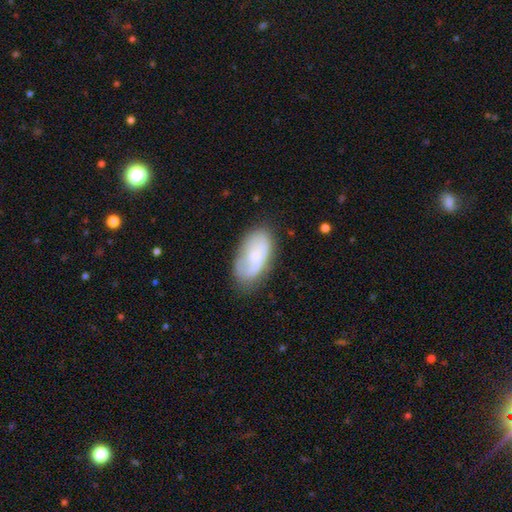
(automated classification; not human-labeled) Morphology: type=smooth (54%); roundness=in between (93%); merging=none (68%).